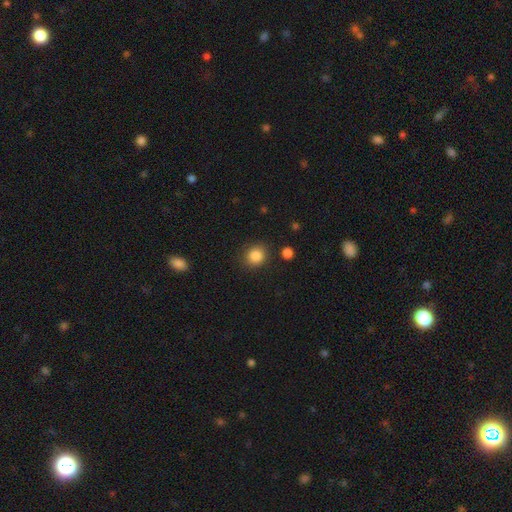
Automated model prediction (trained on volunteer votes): The model was most divided on "how rounded": round: 81%, in between: 18%, cigar-shaped: 1%. More confident: smooth or featured — smooth (86%); merging — none (85%).